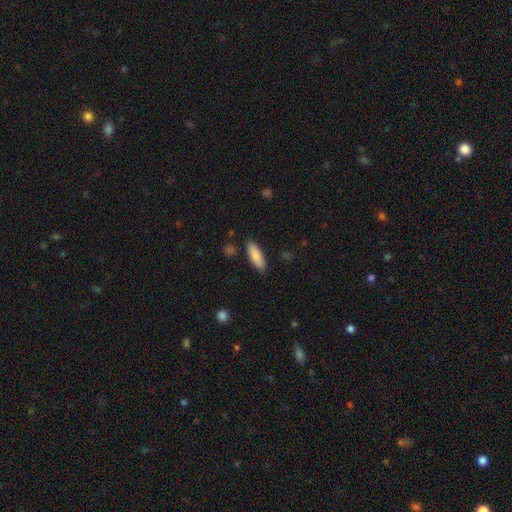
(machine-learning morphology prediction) smooth-or-featured: smooth: 85% | featured or disk: 9% | star or artifact: 6%
  how-rounded: in between: 64% | cigar-shaped: 34% | round: 2%
  merging: none: 87% | minor disturbance: 10% | major disturbance: 2% | merger: 2%